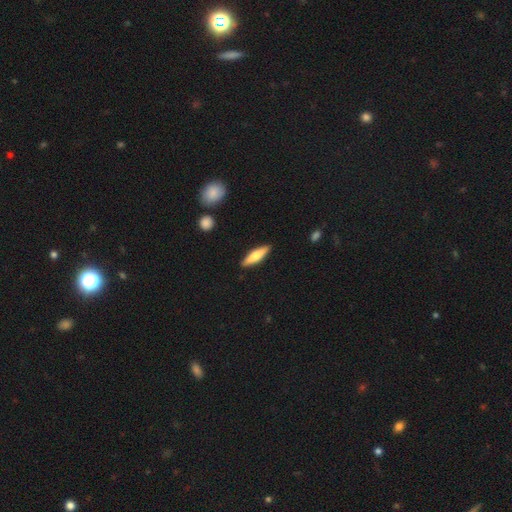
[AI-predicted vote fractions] Smooth or featured: smooth — 56% (featured or disk — 38%)
How rounded: cigar-shaped — 73% (in between — 25%)
Merging: none — 89% (minor disturbance — 8%)